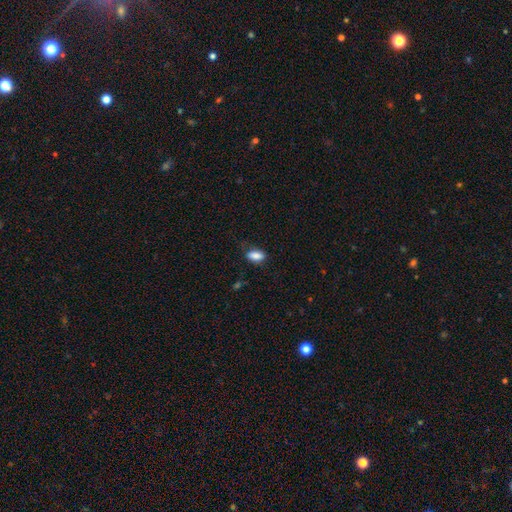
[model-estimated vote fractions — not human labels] A smooth galaxy with no disk features (85%) that is in between round and cigar-shaped (86%).

Vote fractions:
- Smooth or featured? smooth: 85% / star or artifact: 8% / featured or disk: 7%
- How rounded? in between: 86% / cigar-shaped: 9% / round: 5%
- Merging? none: 70% / minor disturbance: 23% / major disturbance: 6% / merger: 2%